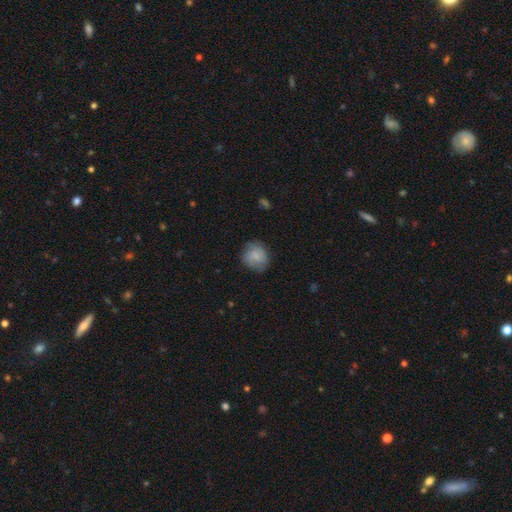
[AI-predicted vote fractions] This is likely a smooth galaxy (71%). How rounded: likely round (77%). Merging: likely none (71%).